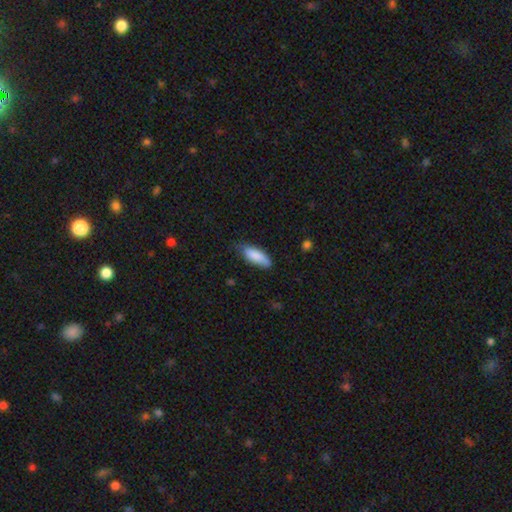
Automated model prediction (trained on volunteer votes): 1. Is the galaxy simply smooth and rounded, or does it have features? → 86% smooth, 9% featured or disk, 6% star or artifact.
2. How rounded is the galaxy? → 69% in between, 30% cigar-shaped, 2% round.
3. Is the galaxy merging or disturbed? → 67% none, 27% minor disturbance, 4% major disturbance, 2% merger.